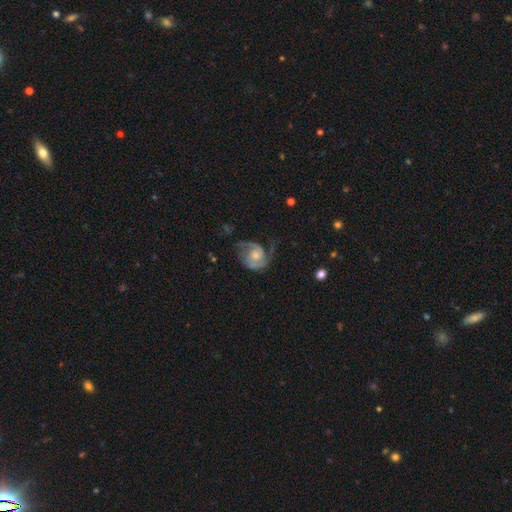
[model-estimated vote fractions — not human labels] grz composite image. It shows a featured or disk galaxy (83%) with no bar (71%), 2 (84%) medium (48%) spiral arms (96%) and a moderate central bulge (48%). Merging: none (58%).